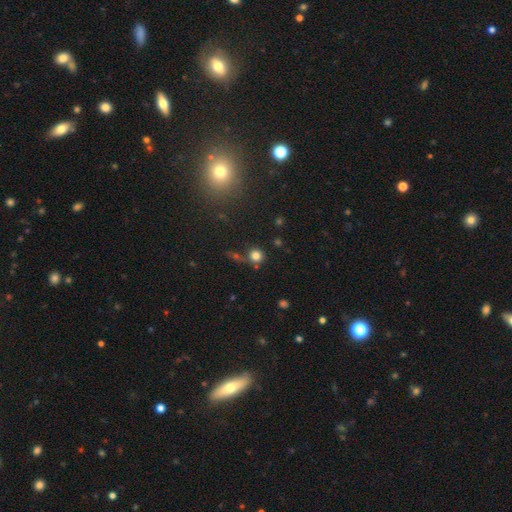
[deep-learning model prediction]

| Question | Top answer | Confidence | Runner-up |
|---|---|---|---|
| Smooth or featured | smooth | 78% | star or artifact (15%) |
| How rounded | round | 91% | in between (8%) |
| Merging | none | 69% | merger (14%) |